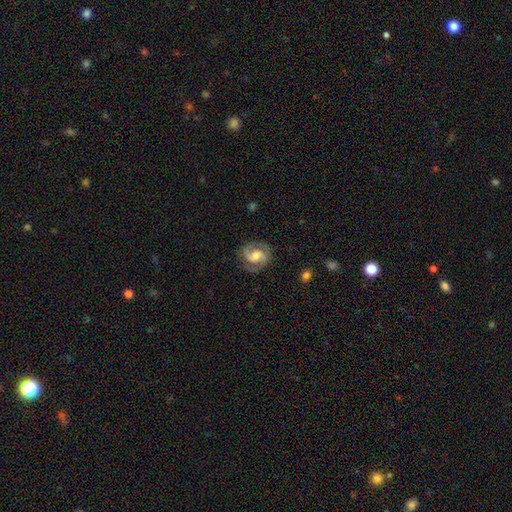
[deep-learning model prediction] Smooth or featured?
  - featured or disk: 85% *
  - smooth: 10%
  - star or artifact: 5%
Edge-on disk?
  - no: 98% *
  - yes: 2%
Bar?
  - weak: 47% *
  - no: 36%
  - strong: 17%
Spiral arms?
  - yes: 97% *
  - no: 3%
Spiral winding?
  - medium: 51% *
  - tight: 37%
  - loose: 12%
Spiral arm count?
  - 2: 91% *
  - can't tell: 3%
  - 1: 2%
  - 3: 2%
  - 4: 1%
  - more than 4: 1%
Bulge size?
  - moderate: 51% *
  - small: 26%
  - large: 14%
  - none: 7%
  - dominant: 2%
Merging?
  - none: 81% *
  - minor disturbance: 13%
  - major disturbance: 5%
  - merger: 1%